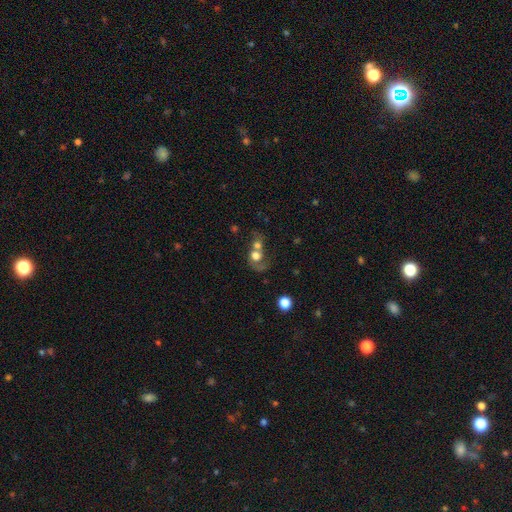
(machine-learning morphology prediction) Smooth or featured: smooth — 57% (featured or disk — 31%)
How rounded: round — 69% (in between — 29%)
Merging: merger — 63% (none — 17%)